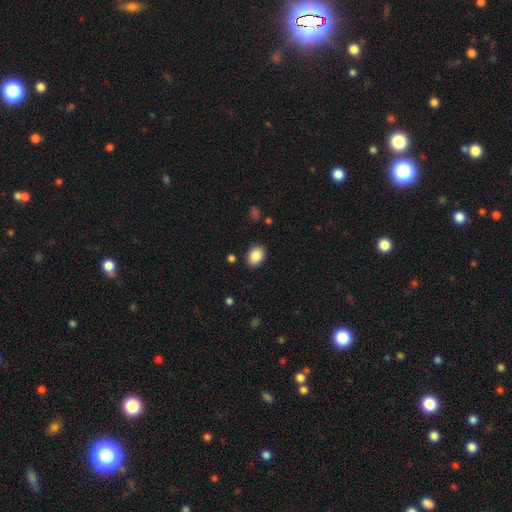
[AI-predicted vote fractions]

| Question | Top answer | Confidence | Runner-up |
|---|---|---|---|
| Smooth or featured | smooth | 88% | star or artifact (8%) |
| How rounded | in between | 75% | round (24%) |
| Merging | none | 87% | minor disturbance (9%) |